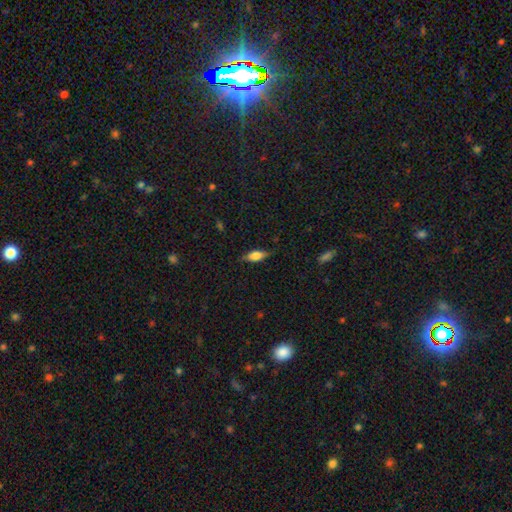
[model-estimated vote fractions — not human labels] This appears to be a smooth galaxy with no disk features (70%) that is in between round and cigar-shaped (77%). Merging: none (78%).